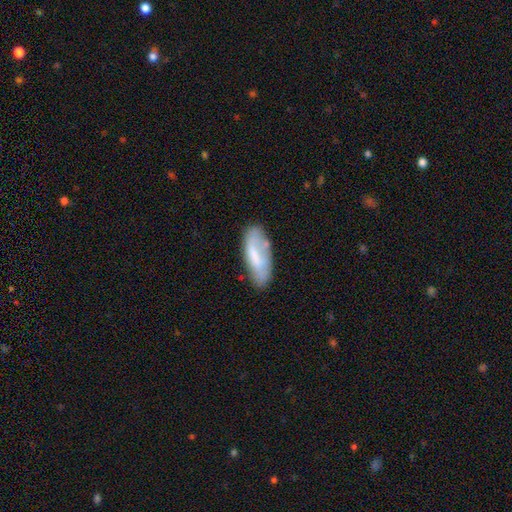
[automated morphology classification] smooth-or-featured: smooth: 64% | featured or disk: 29% | star or artifact: 7%
  how-rounded: in between: 71% | cigar-shaped: 27% | round: 2%
  merging: none: 64% | minor disturbance: 24% | major disturbance: 8% | merger: 4%